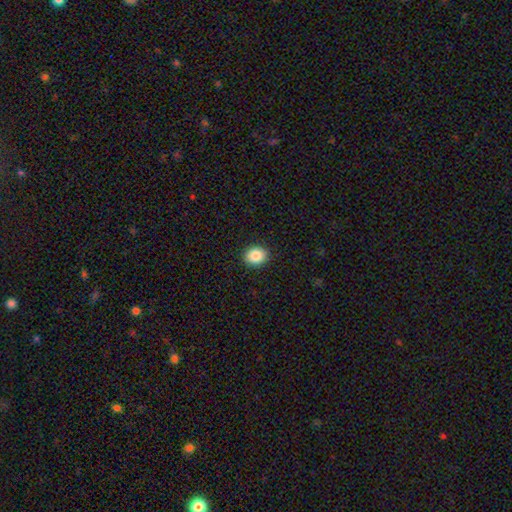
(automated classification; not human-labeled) smooth-or-featured: smooth: 86% | star or artifact: 9% | featured or disk: 5%
  how-rounded: round: 63% | in between: 36% | cigar-shaped: 1%
  merging: none: 90% | minor disturbance: 7% | major disturbance: 2% | merger: 1%